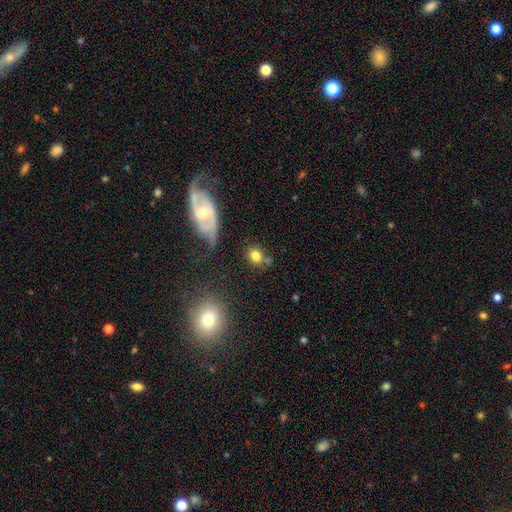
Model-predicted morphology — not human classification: The model was most divided on "how rounded": round: 55%, in between: 43%, cigar-shaped: 2%. More confident: smooth or featured — smooth (77%); merging — none (62%).